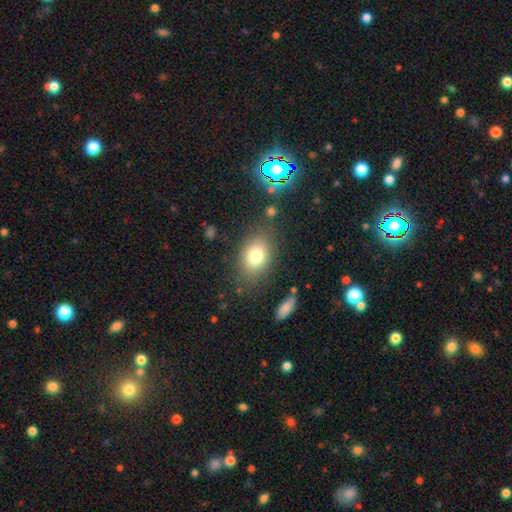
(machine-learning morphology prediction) Overall: smooth (78%). How rounded: in between (75%). Merging: none (79%).